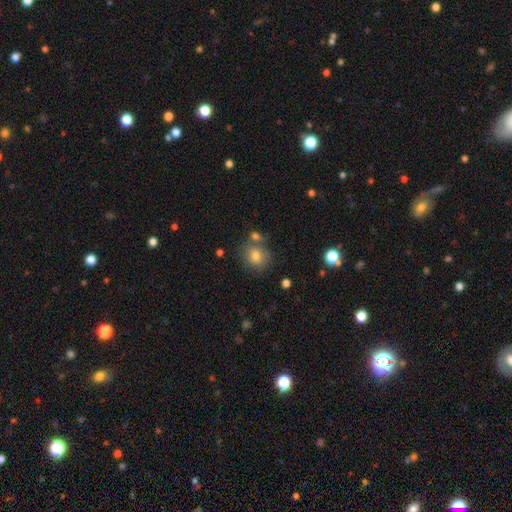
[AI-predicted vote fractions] Smooth or featured? smooth (77%)
How rounded? round (78%)
Merging? none (67%)